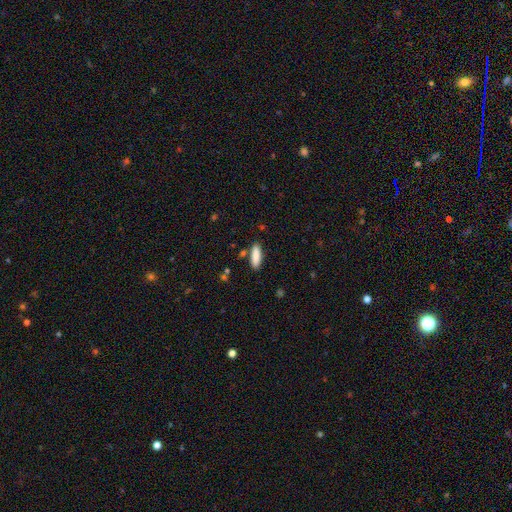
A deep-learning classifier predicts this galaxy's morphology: The model was most divided on "how rounded": cigar-shaped: 54%, in between: 45%, round: 2%. More confident: smooth or featured — smooth (88%); merging — none (84%).